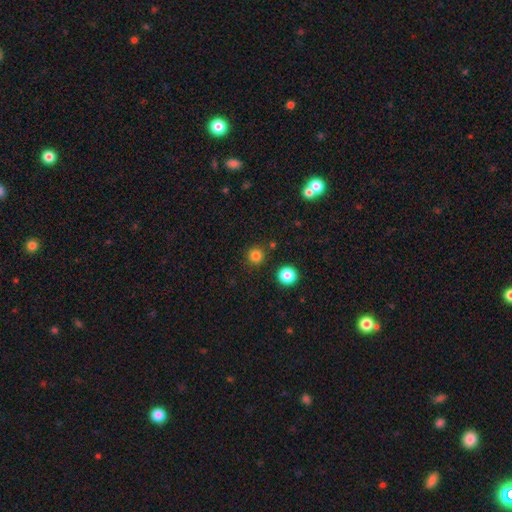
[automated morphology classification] Q: Smooth or featured?
A: smooth (81%); runner-up: star or artifact (15%)
Q: How rounded?
A: round (95%); runner-up: in between (4%)
Q: Merging?
A: none (88%); runner-up: minor disturbance (6%)